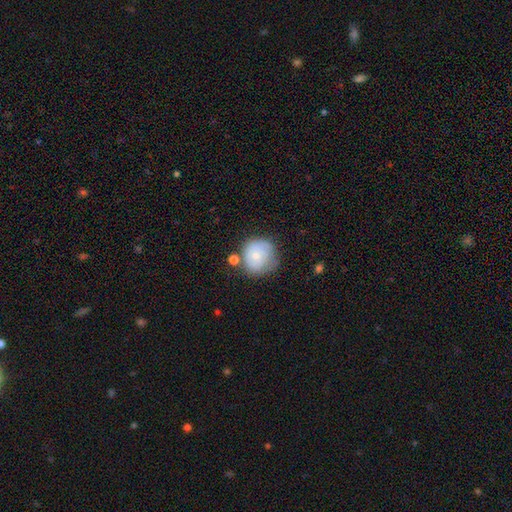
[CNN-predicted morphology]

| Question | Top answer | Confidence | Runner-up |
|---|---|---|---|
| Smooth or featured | smooth | 62% | featured or disk (30%) |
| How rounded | round | 88% | in between (12%) |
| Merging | none | 56% | minor disturbance (26%) |